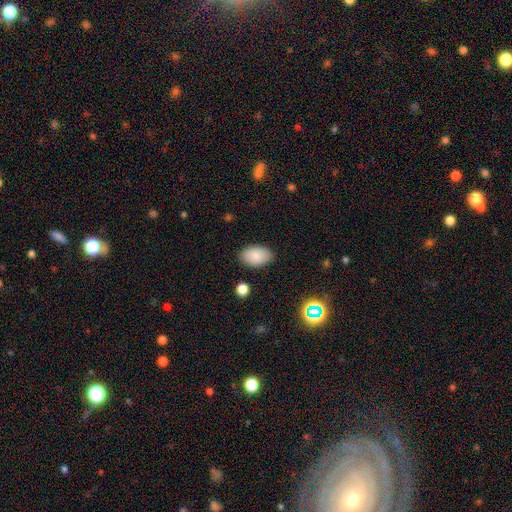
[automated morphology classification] smooth-or-featured: smooth: 86% | star or artifact: 7% | featured or disk: 6%
  how-rounded: in between: 92% | round: 7% | cigar-shaped: 1%
  merging: none: 86% | minor disturbance: 10% | major disturbance: 2% | merger: 1%